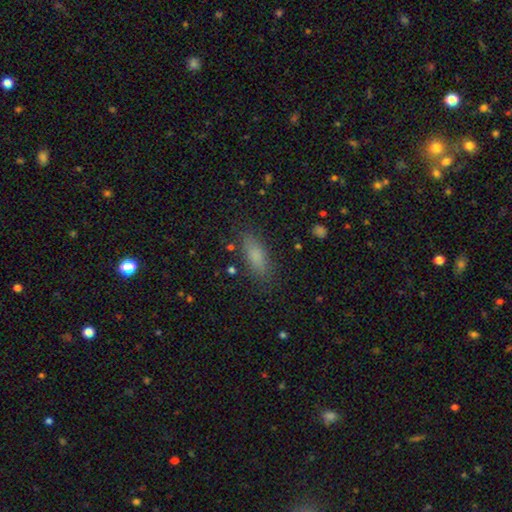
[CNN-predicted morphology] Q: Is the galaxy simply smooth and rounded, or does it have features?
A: smooth — 78%.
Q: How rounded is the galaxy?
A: in between — 63%.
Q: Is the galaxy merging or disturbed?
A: none — 83%.